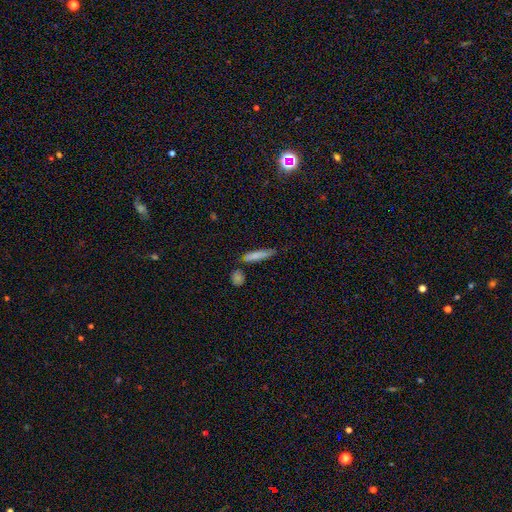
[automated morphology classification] Smooth or featured: smooth — 75% (featured or disk — 17%)
How rounded: cigar-shaped — 84% (in between — 14%)
Merging: none — 65% (minor disturbance — 20%)